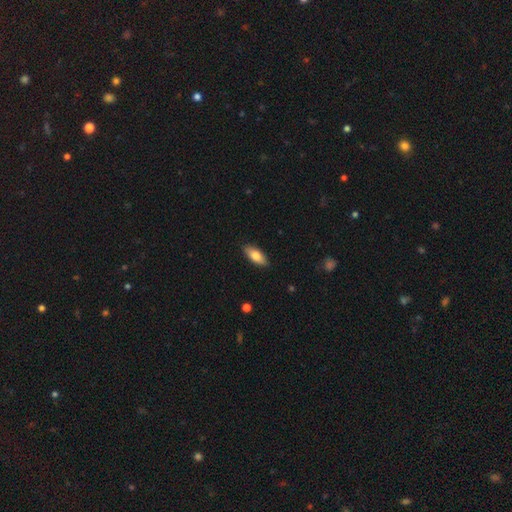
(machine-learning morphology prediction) Q: Smooth or featured?
A: smooth (74%); runner-up: featured or disk (20%)
Q: How rounded?
A: in between (77%); runner-up: cigar-shaped (20%)
Q: Merging?
A: none (88%); runner-up: minor disturbance (9%)